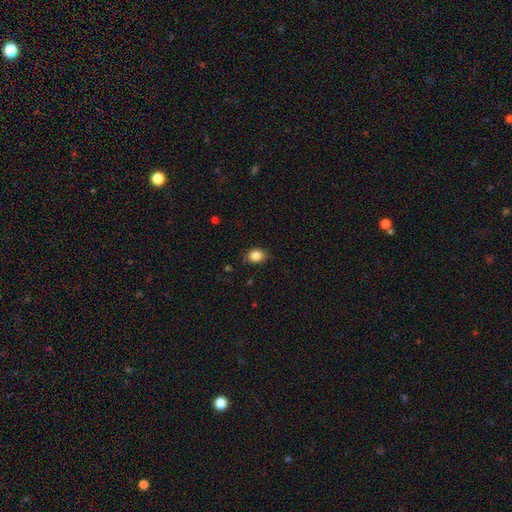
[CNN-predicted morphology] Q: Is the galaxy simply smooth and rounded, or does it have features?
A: smooth — 86%.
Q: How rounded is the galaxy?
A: in between — 57%.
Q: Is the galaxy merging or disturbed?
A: none — 83%.